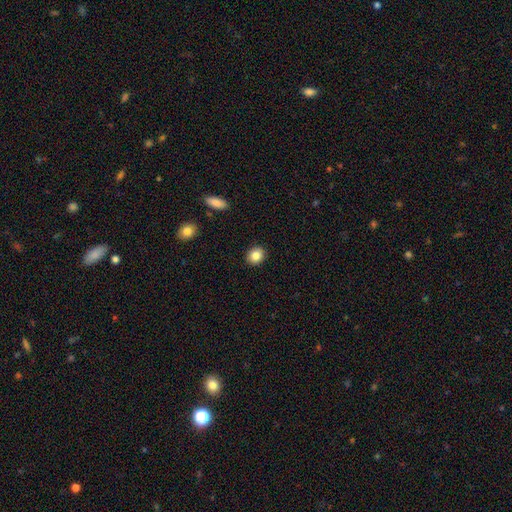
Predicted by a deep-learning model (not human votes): Overall: smooth (85%). How rounded: round (70%). Merging: none (91%).